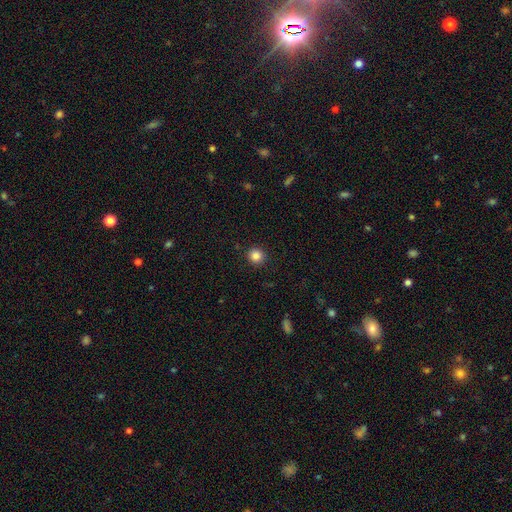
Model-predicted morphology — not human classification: Q: Smooth or featured?
A: smooth (85%); runner-up: star or artifact (11%)
Q: How rounded?
A: round (93%); runner-up: in between (6%)
Q: Merging?
A: none (91%); runner-up: minor disturbance (6%)